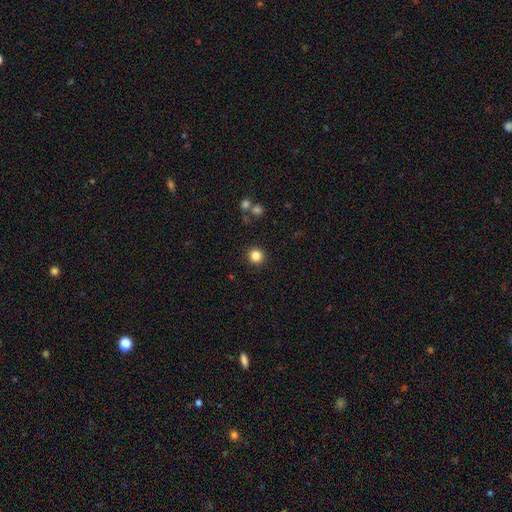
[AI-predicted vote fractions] A smooth galaxy with no disk features (84%) that is round (94%). Merging: none (91%).